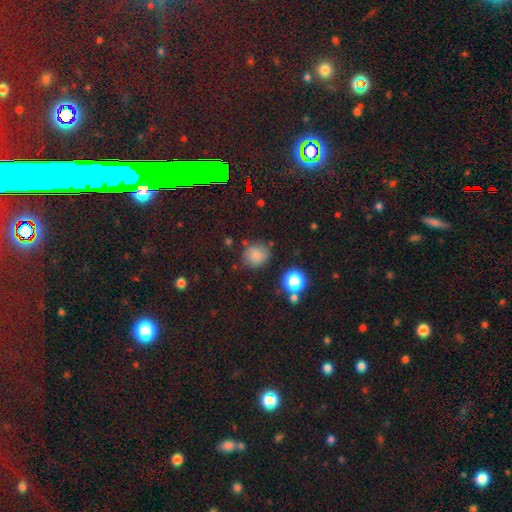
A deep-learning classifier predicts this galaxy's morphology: Smooth or featured? smooth (73%)
How rounded? round (81%)
Merging? none (75%)